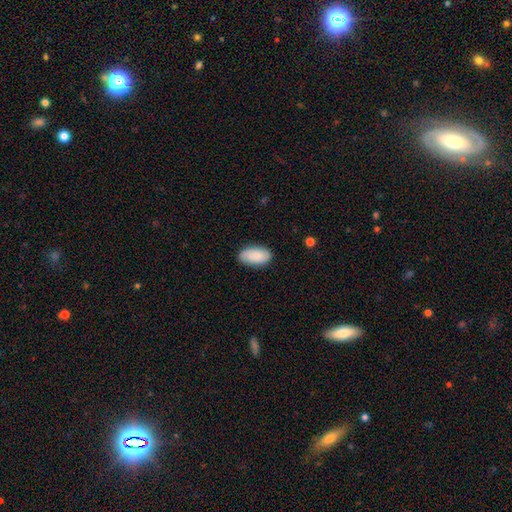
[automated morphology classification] A smooth galaxy with no disk features (71%) that is in between round and cigar-shaped (94%). Merging: none (79%).